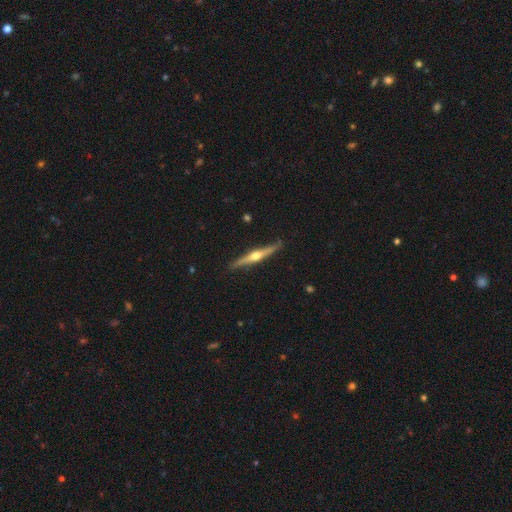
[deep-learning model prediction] The model was most divided on "smooth or featured": featured or disk: 76%, smooth: 19%, star or artifact: 5%. More confident: edge-on disk — yes (98%); edge-on bulge — rounded (93%); merging — none (87%).